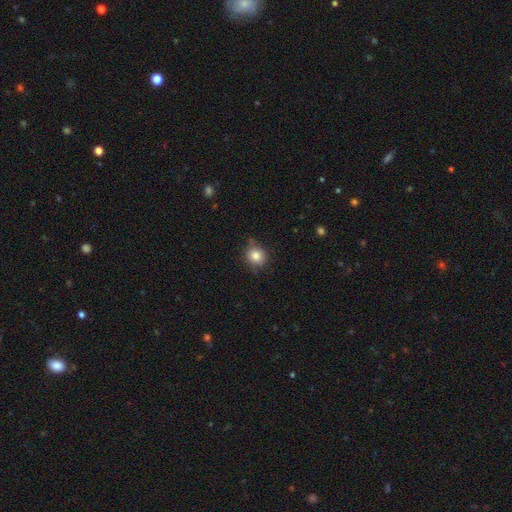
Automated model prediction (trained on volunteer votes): This is clearly a smooth galaxy (83%). How rounded: clearly round (82%). Merging: likely none (72%).